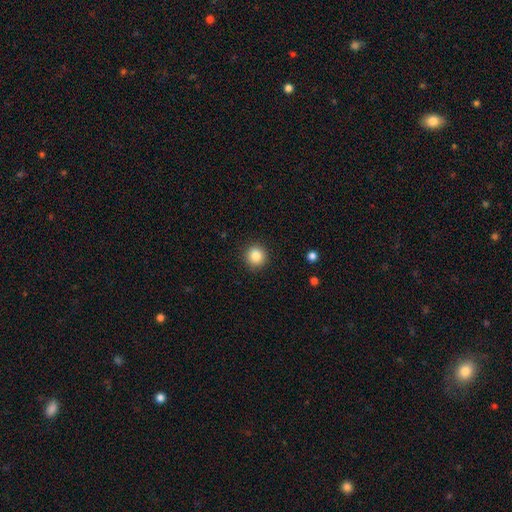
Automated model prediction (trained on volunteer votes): Q: Smooth or featured?
A: smooth (86%); runner-up: star or artifact (10%)
Q: How rounded?
A: round (94%); runner-up: in between (6%)
Q: Merging?
A: none (91%); runner-up: minor disturbance (6%)